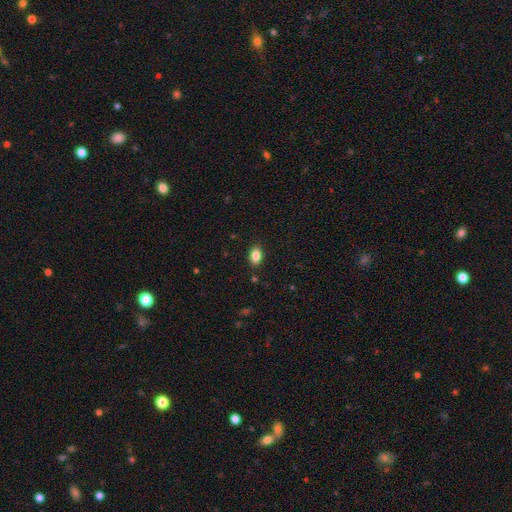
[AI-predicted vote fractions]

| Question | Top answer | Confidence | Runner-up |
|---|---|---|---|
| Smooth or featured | smooth | 84% | star or artifact (9%) |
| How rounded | in between | 87% | round (11%) |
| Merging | none | 88% | minor disturbance (9%) |